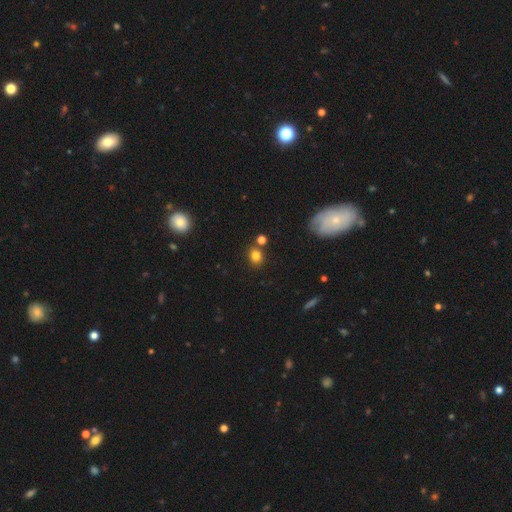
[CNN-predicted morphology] A smooth galaxy with no disk features (80%) that is round (67%).

Vote fractions:
- Smooth or featured? smooth: 80% / star or artifact: 14% / featured or disk: 6%
- How rounded? round: 67% / in between: 32% / cigar-shaped: 1%
- Merging? none: 76% / minor disturbance: 10% / merger: 10% / major disturbance: 3%